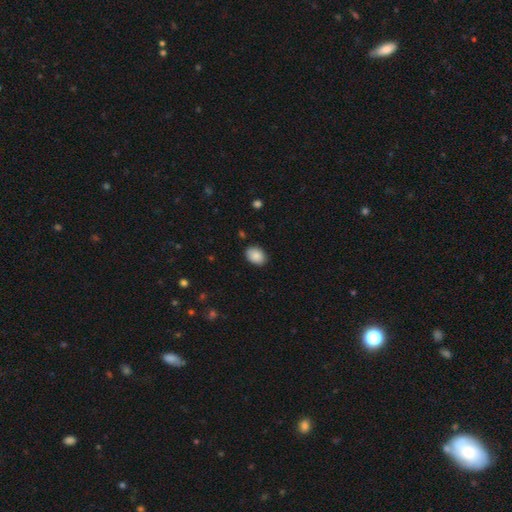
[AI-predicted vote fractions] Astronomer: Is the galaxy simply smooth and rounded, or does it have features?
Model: smooth — 89%.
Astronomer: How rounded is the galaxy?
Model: in between — 76%.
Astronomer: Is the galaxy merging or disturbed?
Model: none — 87%.